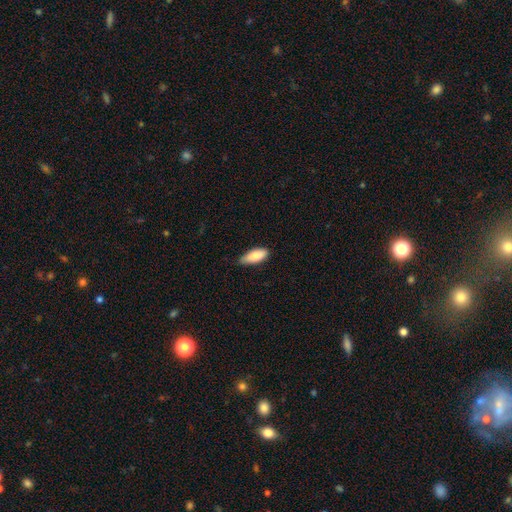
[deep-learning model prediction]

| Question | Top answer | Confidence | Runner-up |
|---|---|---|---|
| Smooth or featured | smooth | 87% | featured or disk (7%) |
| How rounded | in between | 79% | cigar-shaped (19%) |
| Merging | none | 69% | minor disturbance (27%) |